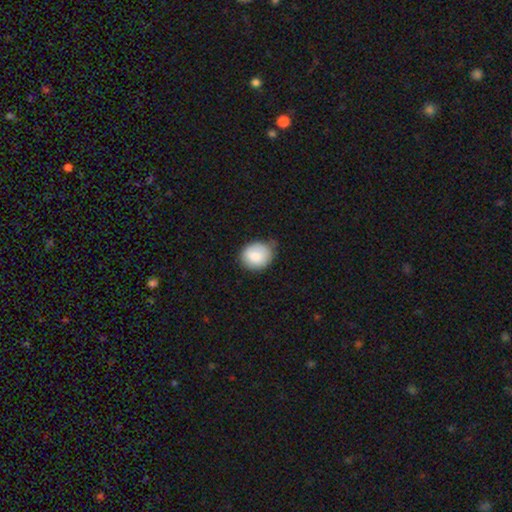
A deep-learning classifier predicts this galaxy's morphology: smooth_or_featured: smooth (p=0.85) [alt: featured or disk p=0.08]
how_rounded: round (p=0.64) [alt: in between p=0.35]
merging: none (p=0.66) [alt: minor disturbance p=0.27]